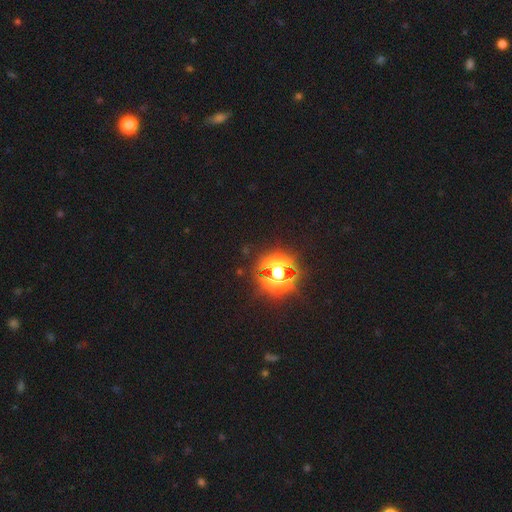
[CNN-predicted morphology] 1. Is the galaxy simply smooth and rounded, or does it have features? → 82% star or artifact, 13% smooth, 5% featured or disk.